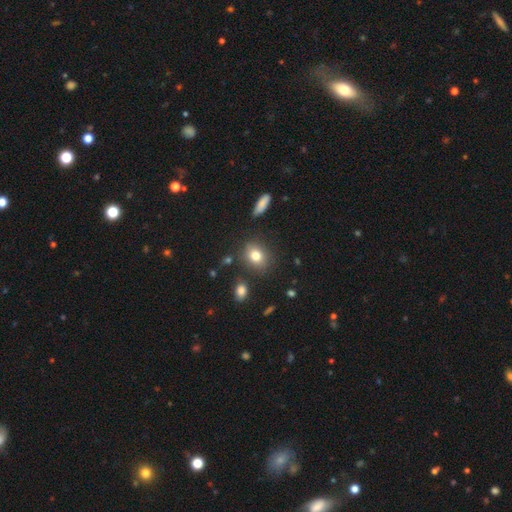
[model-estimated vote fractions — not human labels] This appears to be a smooth galaxy with no disk features (80%) that is round (53%). Merging: none (82%).